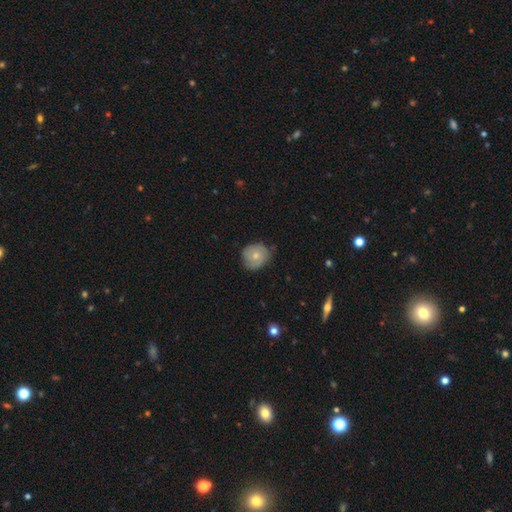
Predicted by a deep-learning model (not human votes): The model was most divided on "smooth or featured": smooth: 52%, featured or disk: 41%, star or artifact: 7%. More confident: how rounded — round (79%); merging — none (70%).